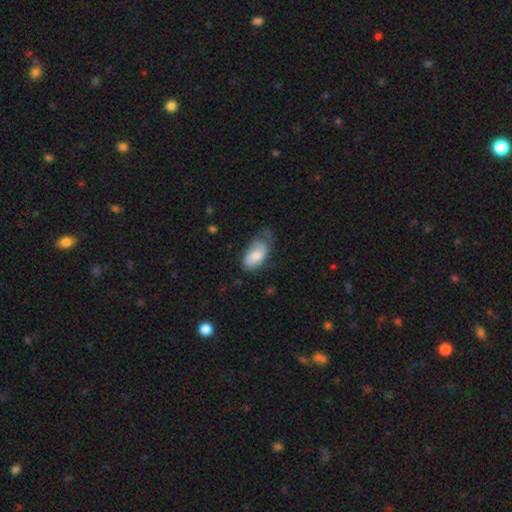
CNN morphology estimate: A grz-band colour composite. It shows a smooth galaxy with no disk features (71%) that is in between round and cigar-shaped (93%). Merging: minor disturbance (39%).